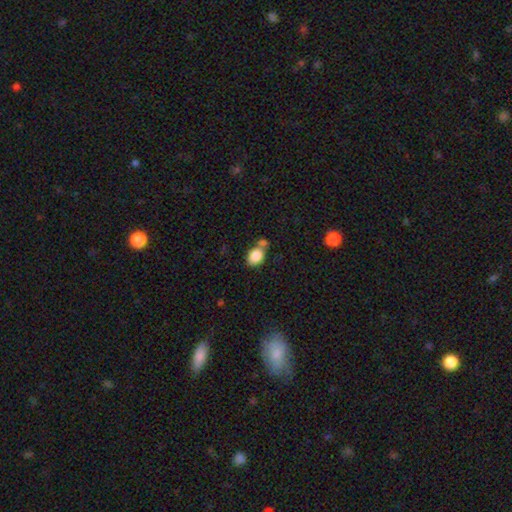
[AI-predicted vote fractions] The model was most divided on "how rounded": in between: 56%, round: 43%, cigar-shaped: 1%. Remaining: smooth or featured — smooth (85%); merging — none (49%).